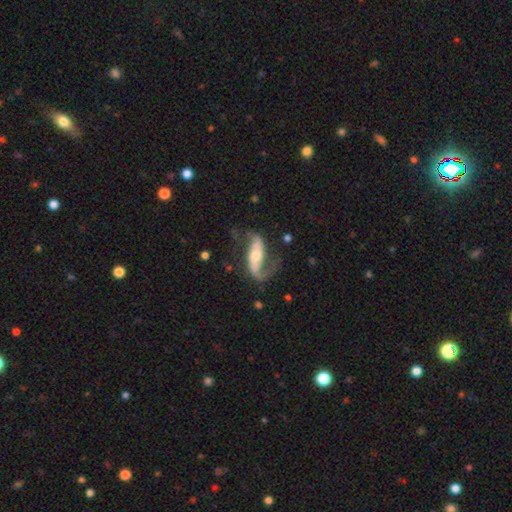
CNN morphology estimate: Overall: featured or disk (84%). Edge-on disk: no (90%). Bar: strong (42%; no 30%). Spiral arms: yes (94%). Spiral arm count: 2 (84%). Spiral winding: loose (66%; medium 27%). Bulge size: moderate (60%; small 27%). Merging: none (63%).